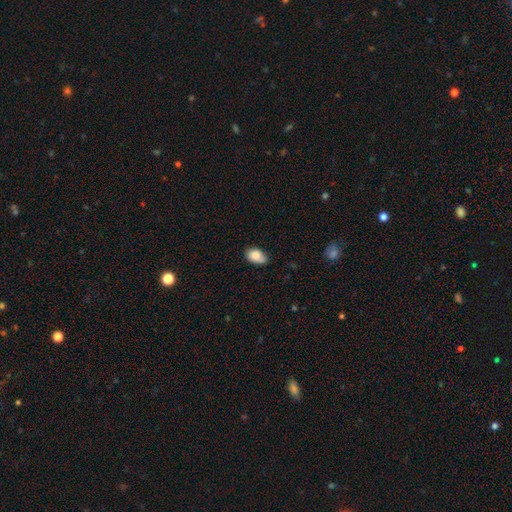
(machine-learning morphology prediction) A smooth galaxy with no disk features (85%) that is in between round and cigar-shaped (87%). Merging: none (57%).